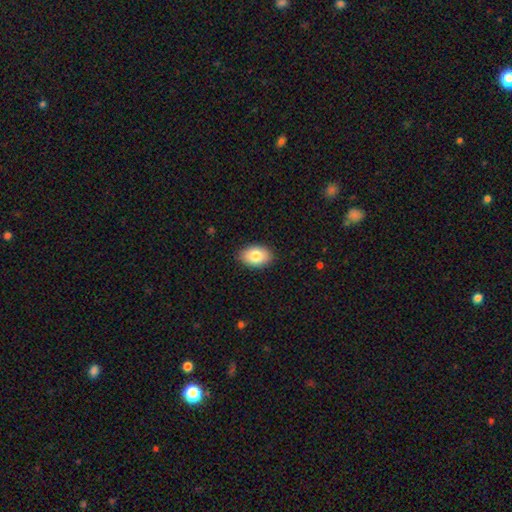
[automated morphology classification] The model was most divided on "smooth or featured": smooth: 82%, featured or disk: 11%, star or artifact: 7%. More confident: how rounded — in between (88%); merging — none (87%).